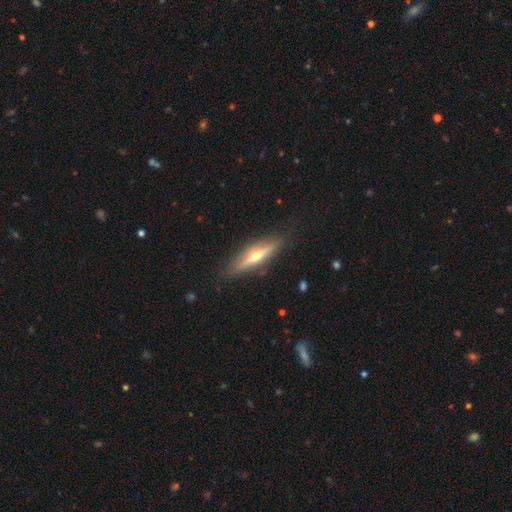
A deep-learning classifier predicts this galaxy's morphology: A featured or disk galaxy (69%) viewed edge-on (95%) with a rounded central bulge (91%). Merging: none (86%).